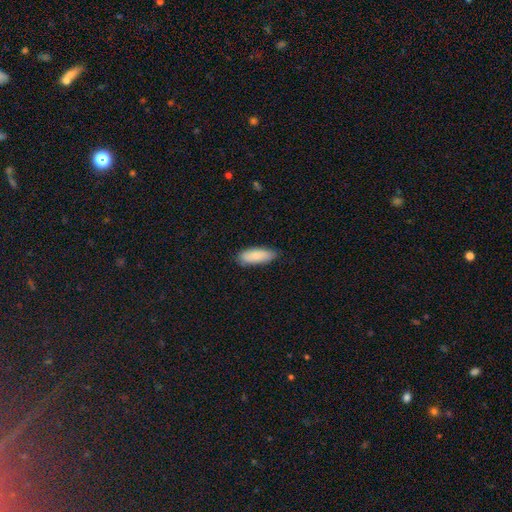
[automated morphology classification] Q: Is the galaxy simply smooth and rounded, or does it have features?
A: smooth — 85%.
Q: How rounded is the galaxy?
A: in between — 72%.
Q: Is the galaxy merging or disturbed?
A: none — 82%.